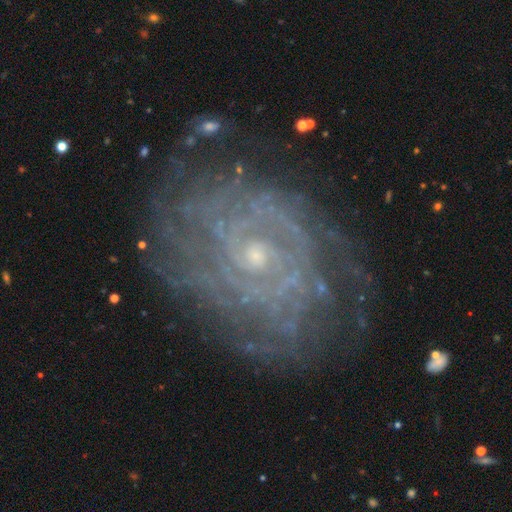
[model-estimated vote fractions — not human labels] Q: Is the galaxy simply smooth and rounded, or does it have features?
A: featured or disk — 84%.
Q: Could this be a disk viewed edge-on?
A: no — 97%.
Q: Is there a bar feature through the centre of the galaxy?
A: no — 70%.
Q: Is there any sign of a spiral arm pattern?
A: yes — 93%.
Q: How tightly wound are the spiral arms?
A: tight — 75%.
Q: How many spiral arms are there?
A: can't tell — 43%.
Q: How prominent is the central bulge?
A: small — 77%.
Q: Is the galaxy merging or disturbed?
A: none — 75%.